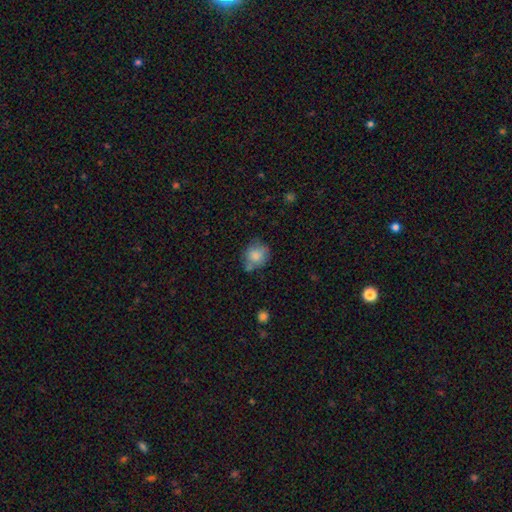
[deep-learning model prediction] Q: Smooth or featured?
A: smooth (79%); runner-up: featured or disk (13%)
Q: How rounded?
A: round (74%); runner-up: in between (25%)
Q: Merging?
A: none (56%); runner-up: minor disturbance (25%)